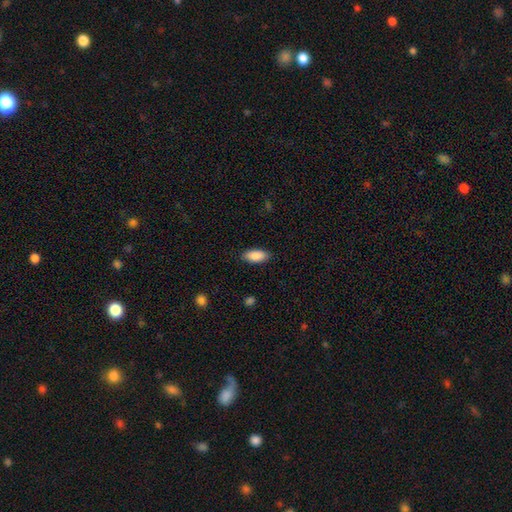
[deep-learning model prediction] This appears to be a smooth galaxy with no disk features (90%) that is in between round and cigar-shaped (89%). Merging: none (88%).